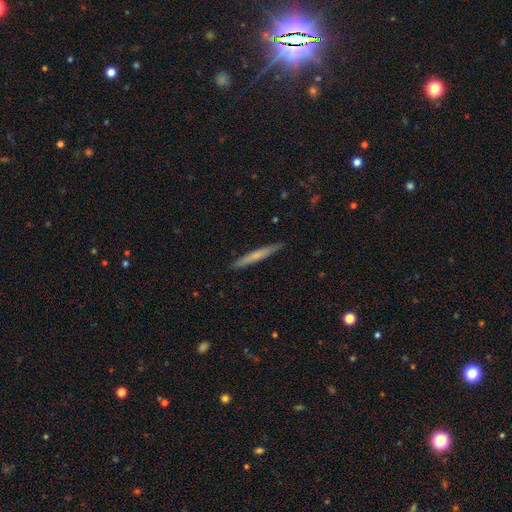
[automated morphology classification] Overall: smooth (58%; featured or disk 37%). How rounded: cigar-shaped (96%). Merging: none (91%).